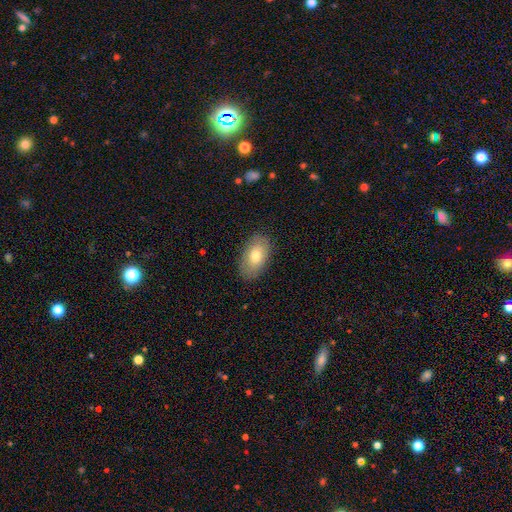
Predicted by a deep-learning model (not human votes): smooth 74%, featured or disk 20%, star or artifact 7%. Down the decision tree: how rounded — in between (93%); merging — none (85%).